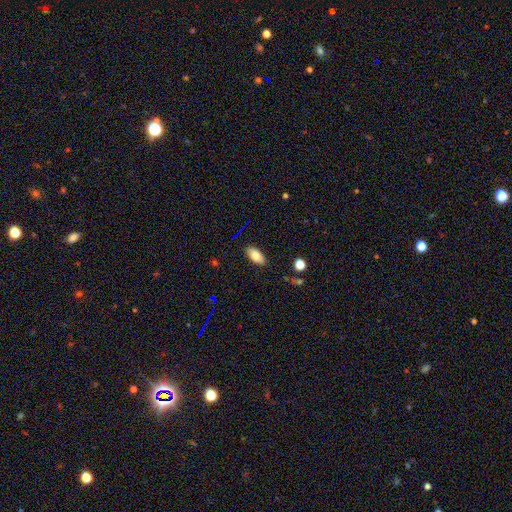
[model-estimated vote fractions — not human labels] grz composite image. It shows a smooth galaxy with no disk features (80%) that is in between round and cigar-shaped (91%). Merging: none (87%).